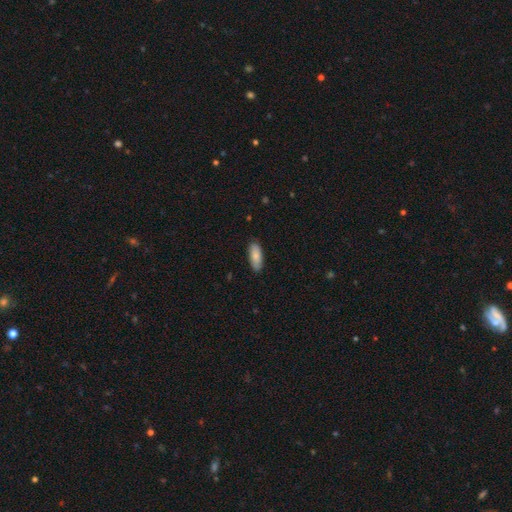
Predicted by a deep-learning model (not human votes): Morphology: type=smooth (83%); roundness=in between (75%); merging=none (85%).